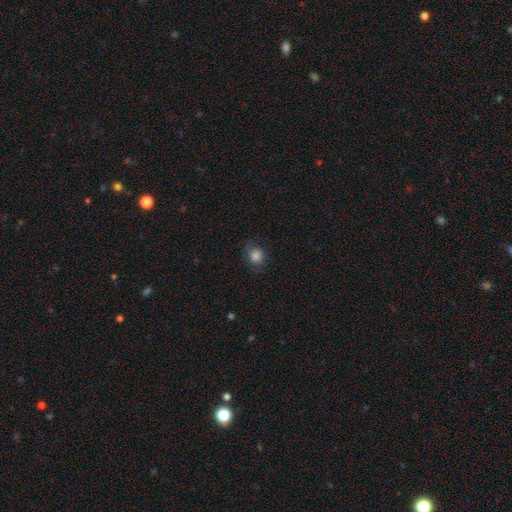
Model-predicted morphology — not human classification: smooth-or-featured: smooth: 82% | star or artifact: 10% | featured or disk: 8%
  how-rounded: round: 73% | in between: 26% | cigar-shaped: 1%
  merging: none: 74% | minor disturbance: 19% | major disturbance: 7% | merger: 1%